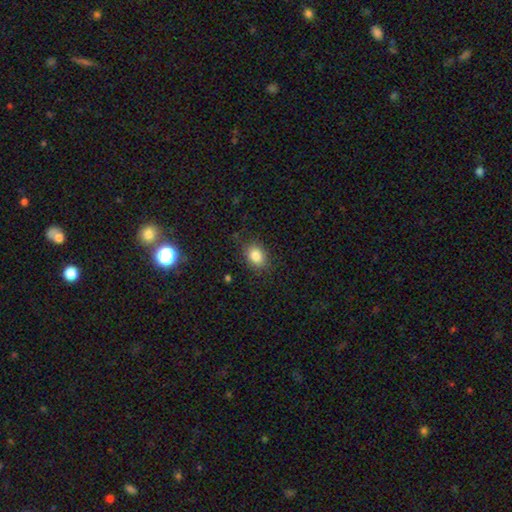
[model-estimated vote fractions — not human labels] Morphology: type=smooth (84%); roundness=in between (65%); merging=none (82%).